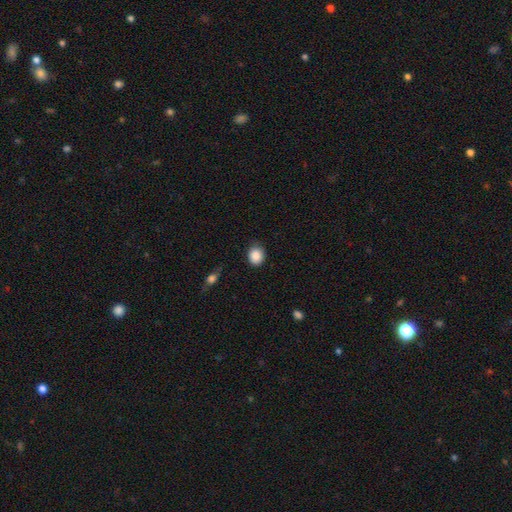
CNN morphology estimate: type=smooth (87%); roundness=round (65%); merging=none (82%).